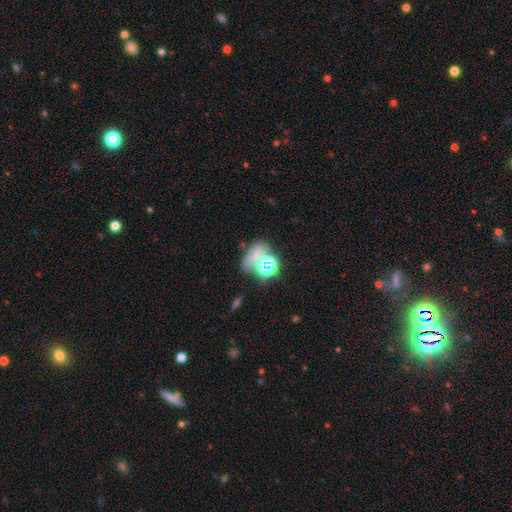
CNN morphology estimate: Smooth or featured? Predicted: smooth (p=0.48). Merging? Predicted: none (p=0.50).